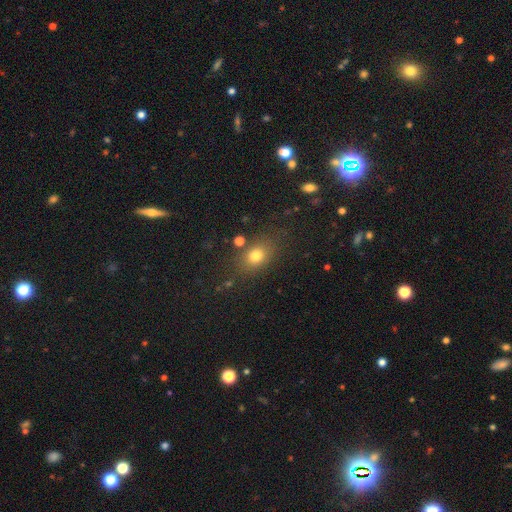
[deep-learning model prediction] Overall: smooth (76%). How rounded: in between (65%; round 33%). Merging: none (77%).